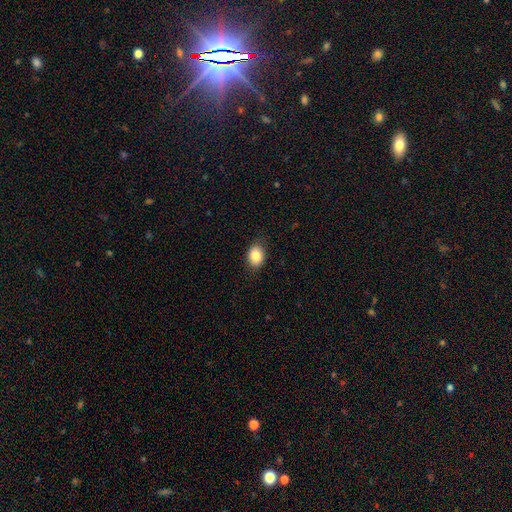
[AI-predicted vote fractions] Overall: smooth (84%). How rounded: in between (68%; round 31%). Merging: none (84%).